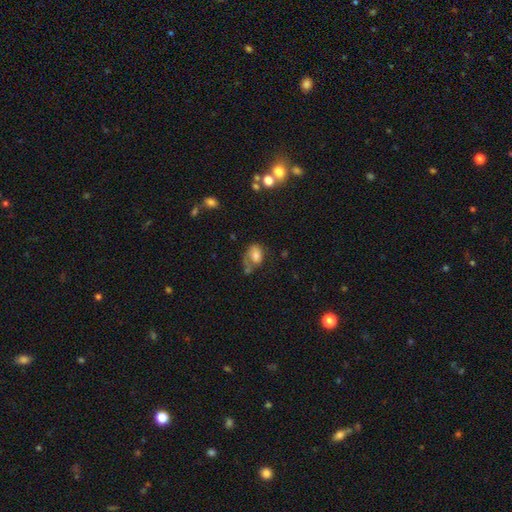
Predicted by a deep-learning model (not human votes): A smooth galaxy with no disk features (65%) that is in between round and cigar-shaped (78%). Merging: none (35%).